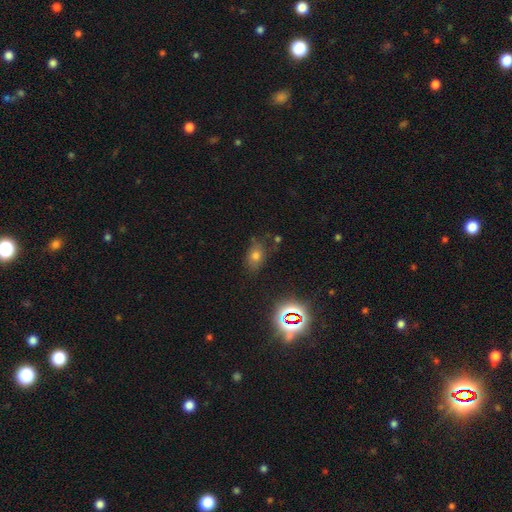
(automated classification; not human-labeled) This is likely a smooth galaxy (66%). How rounded: likely in between (70%). Merging: likely none (69%).